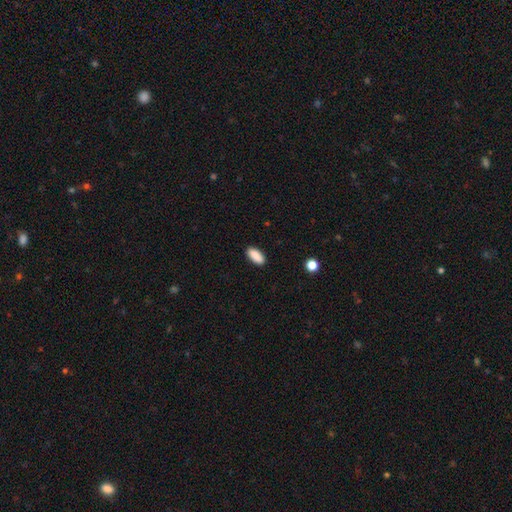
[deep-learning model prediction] A smooth galaxy with no disk features (90%) that is in between round and cigar-shaped (87%).

Vote fractions:
- Smooth or featured? smooth: 90% / star or artifact: 7% / featured or disk: 3%
- How rounded? in between: 87% / cigar-shaped: 11% / round: 2%
- Merging? none: 89% / minor disturbance: 8% / major disturbance: 2% / merger: 1%